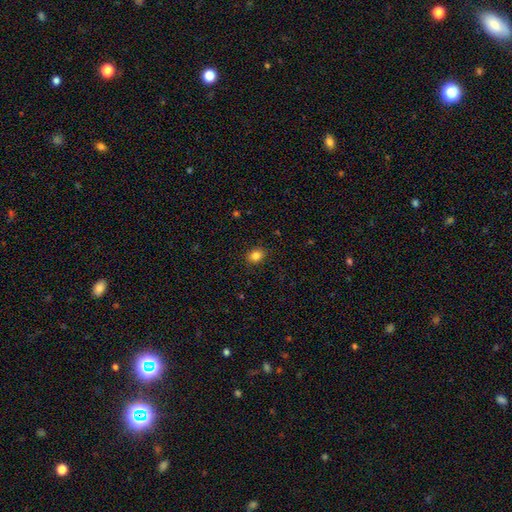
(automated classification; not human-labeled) A smooth galaxy with no disk features (83%) that is round (58%).

Vote fractions:
- Smooth or featured? smooth: 83% / star or artifact: 11% / featured or disk: 5%
- How rounded? round: 58% / in between: 41% / cigar-shaped: 1%
- Merging? none: 89% / minor disturbance: 7% / major disturbance: 2% / merger: 1%